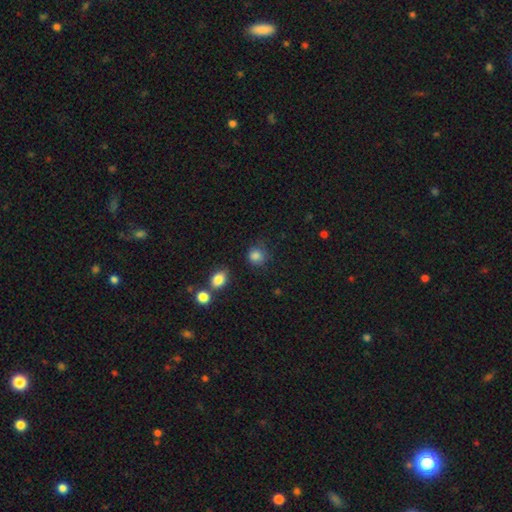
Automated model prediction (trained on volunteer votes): Overall: smooth (85%). How rounded: round (83%). Merging: none (73%).